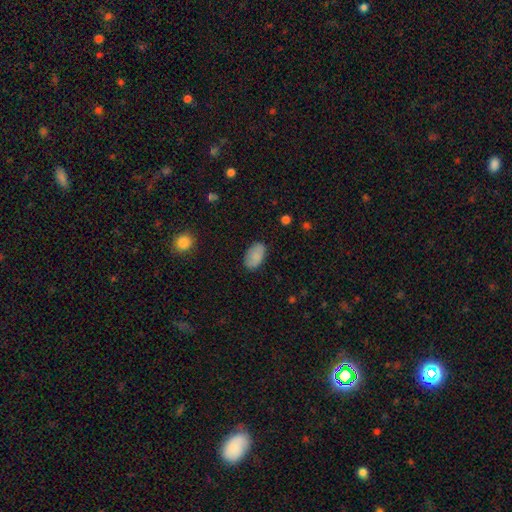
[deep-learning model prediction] Smooth or featured: smooth — 85% (featured or disk — 8%)
How rounded: in between — 94% (round — 5%)
Merging: none — 83% (minor disturbance — 13%)